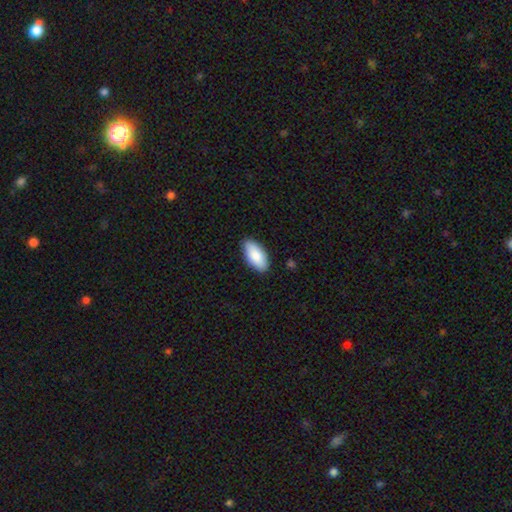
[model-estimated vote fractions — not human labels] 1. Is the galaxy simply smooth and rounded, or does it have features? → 87% smooth, 8% featured or disk, 5% star or artifact.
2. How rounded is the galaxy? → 93% in between, 5% cigar-shaped, 2% round.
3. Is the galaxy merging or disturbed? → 87% none, 10% minor disturbance, 2% major disturbance, 1% merger.